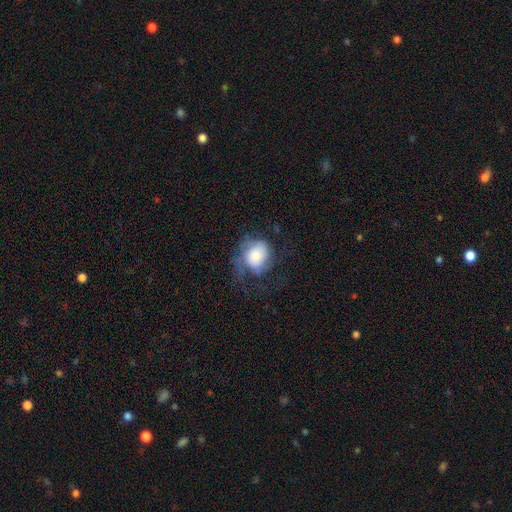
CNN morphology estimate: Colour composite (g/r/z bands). It shows a smooth galaxy with no disk features (51%) that is round (58%). Merging: none (41%).